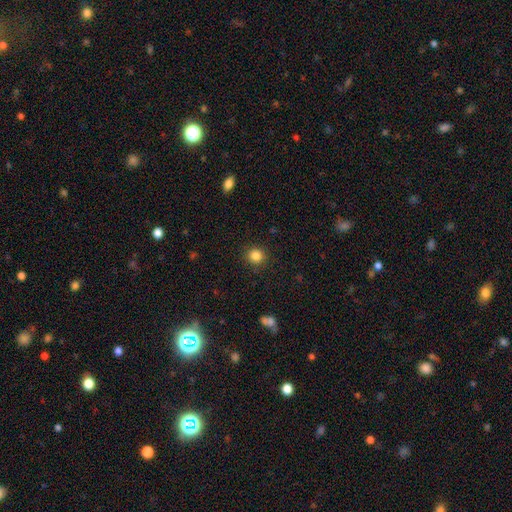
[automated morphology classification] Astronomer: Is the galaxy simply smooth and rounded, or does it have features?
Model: smooth — 84%.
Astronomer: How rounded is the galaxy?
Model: round — 90%.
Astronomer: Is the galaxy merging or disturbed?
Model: none — 90%.